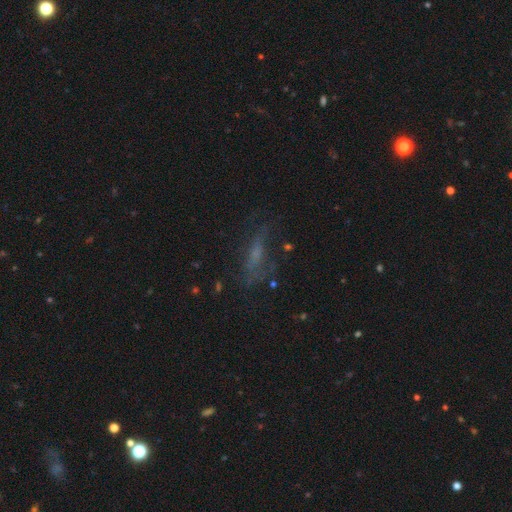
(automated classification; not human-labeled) A featured or disk galaxy (39%). Merging: none (55%).